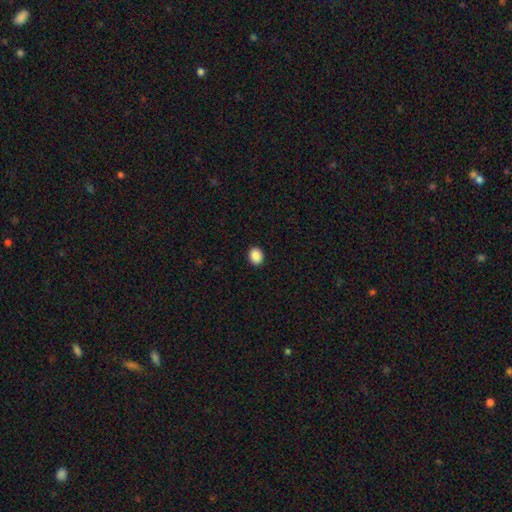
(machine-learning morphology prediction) smooth_or_featured: smooth (p=0.89) [alt: star or artifact p=0.09]
how_rounded: round (p=0.58) [alt: in between p=0.41]
merging: none (p=0.92) [alt: minor disturbance p=0.05]